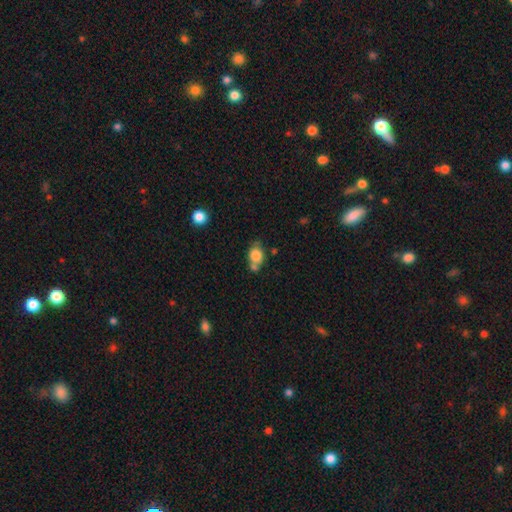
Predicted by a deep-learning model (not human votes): Smooth or featured?
  - smooth: 81% *
  - featured or disk: 11%
  - star or artifact: 9%
How rounded?
  - in between: 56% *
  - round: 42%
  - cigar-shaped: 1%
Merging?
  - none: 43% *
  - merger: 32%
  - minor disturbance: 18%
  - major disturbance: 6%